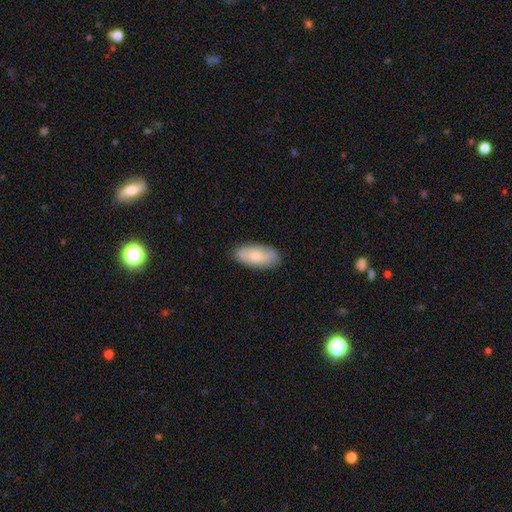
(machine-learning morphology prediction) smooth-or-featured: smooth: 76% | featured or disk: 18% | star or artifact: 6%
  how-rounded: in between: 90% | cigar-shaped: 8% | round: 2%
  merging: none: 84% | minor disturbance: 12% | major disturbance: 2% | merger: 1%